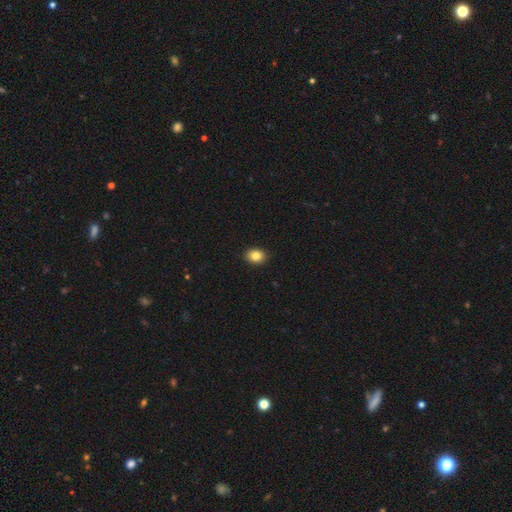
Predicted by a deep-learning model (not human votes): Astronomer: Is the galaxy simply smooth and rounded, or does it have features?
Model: smooth — 85%.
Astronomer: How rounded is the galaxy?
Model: in between — 58% (runner-up: round, 41%).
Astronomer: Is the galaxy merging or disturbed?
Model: none — 91%.